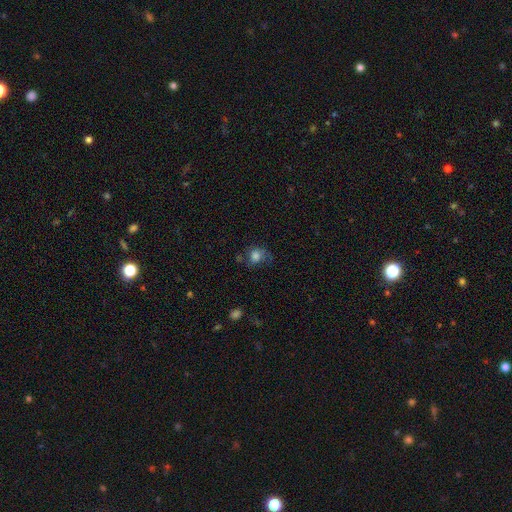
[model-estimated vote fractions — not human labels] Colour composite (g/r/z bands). It shows a smooth galaxy with no disk features (70%) that is round (68%). Merging: none (49%).